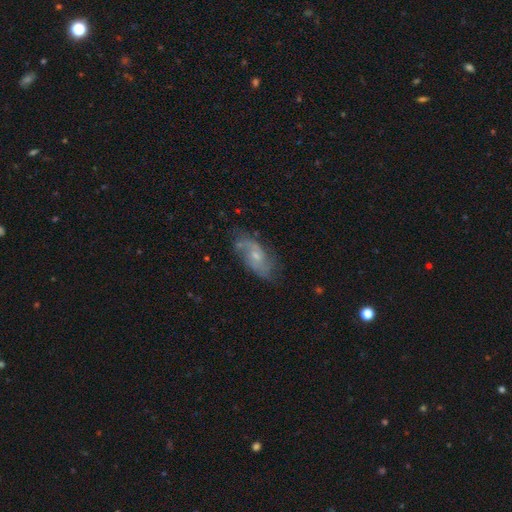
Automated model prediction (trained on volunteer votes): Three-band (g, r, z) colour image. It shows a featured or disk galaxy (68%) with no bar (65%), 2 (70%) medium (43%) spiral arms (88%) and a small central bulge (59%). Merging: none (66%).